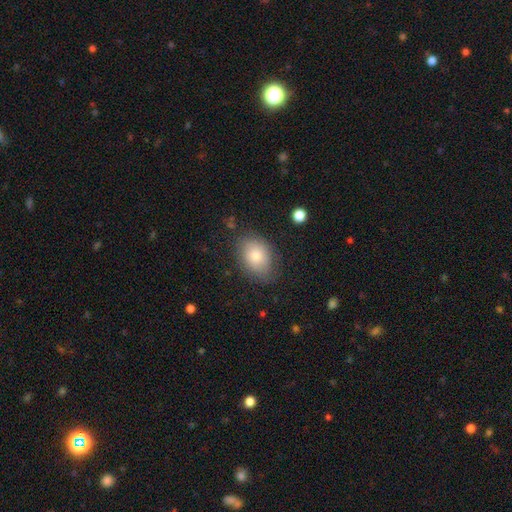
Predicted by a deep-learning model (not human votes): smooth-or-featured: smooth: 74% | featured or disk: 17% | star or artifact: 9%
  how-rounded: in between: 75% | round: 24% | cigar-shaped: 1%
  merging: none: 76% | minor disturbance: 18% | major disturbance: 5% | merger: 1%